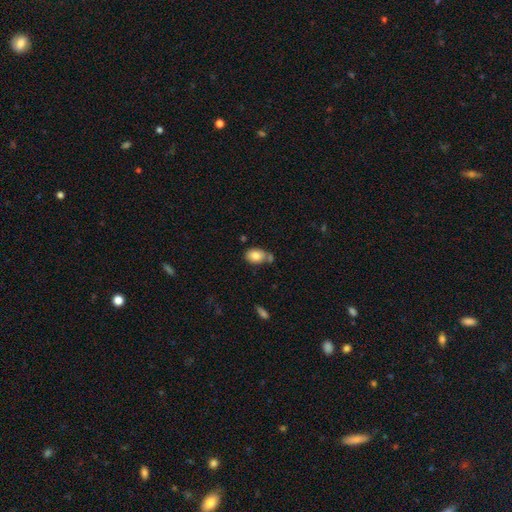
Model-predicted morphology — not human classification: Smooth or featured: smooth — 82% (featured or disk — 10%)
How rounded: in between — 79% (round — 20%)
Merging: none — 57% (merger — 20%)